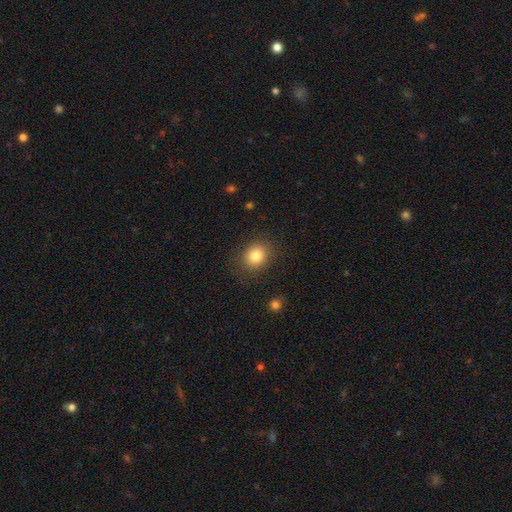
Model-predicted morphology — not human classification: This is clearly a smooth galaxy (83%). How rounded: likely round (66%). Merging: clearly none (84%).